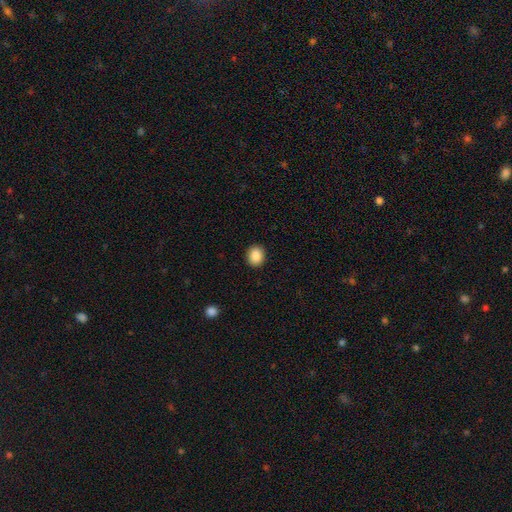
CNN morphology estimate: Overall: smooth (88%). How rounded: round (62%; in between 37%). Merging: none (91%).